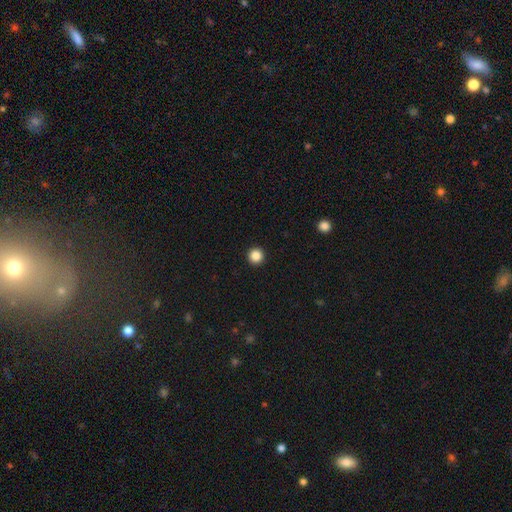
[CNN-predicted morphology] smooth-or-featured: smooth: 86% | star or artifact: 11% | featured or disk: 3%
  how-rounded: round: 96% | in between: 3% | cigar-shaped: 1%
  merging: none: 94% | minor disturbance: 4% | major disturbance: 1% | merger: 1%